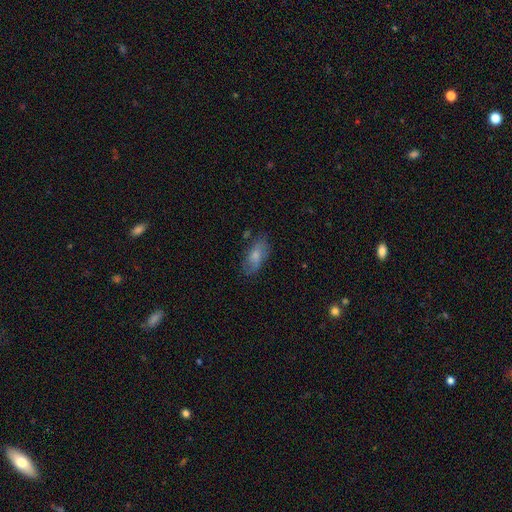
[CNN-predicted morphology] The model was most divided on "smooth or featured": smooth: 67%, featured or disk: 25%, star or artifact: 8%. More confident: how rounded — in between (85%); merging — none (70%).